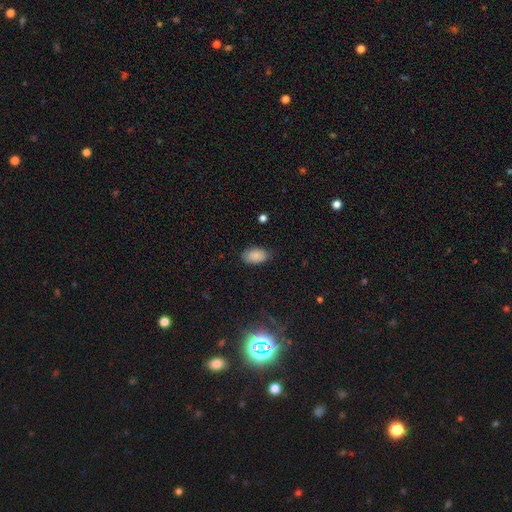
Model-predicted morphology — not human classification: This appears to be a smooth galaxy with no disk features (86%) that is in between round and cigar-shaped (93%). Merging: none (81%).